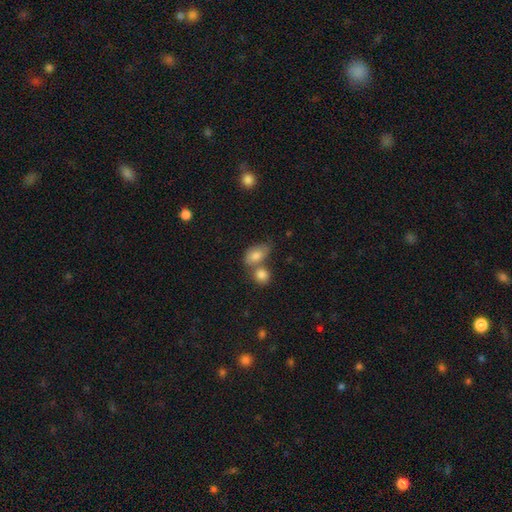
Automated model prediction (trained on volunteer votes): A smooth galaxy with no disk features (78%) that is in between round and cigar-shaped (81%).

Vote fractions:
- Smooth or featured? smooth: 78% / featured or disk: 13% / star or artifact: 8%
- How rounded? in between: 81% / round: 17% / cigar-shaped: 2%
- Merging? merger: 45% / none: 35% / minor disturbance: 14% / major disturbance: 6%